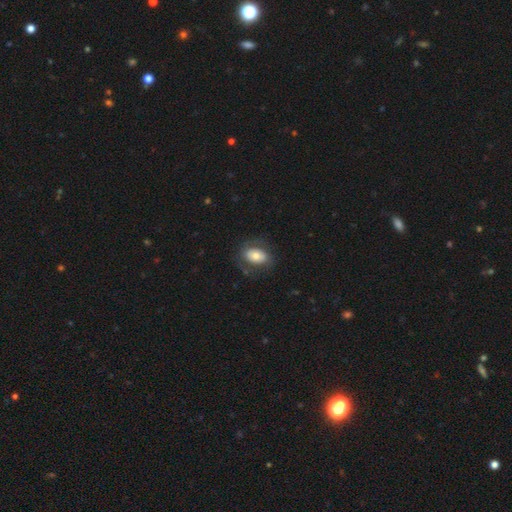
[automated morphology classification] Smooth or featured? Predicted: smooth (p=0.64). How rounded? Predicted: in between (p=0.78). Merging? Predicted: none (p=0.70).